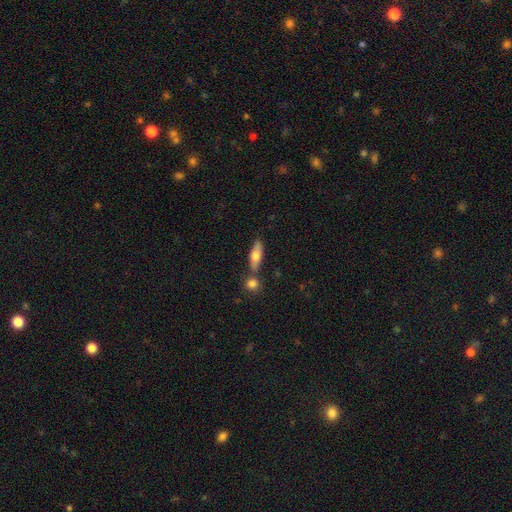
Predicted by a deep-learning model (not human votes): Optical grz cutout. It shows a smooth galaxy with no disk features (63%) that is in between round and cigar-shaped (53%). Merging: none (66%).